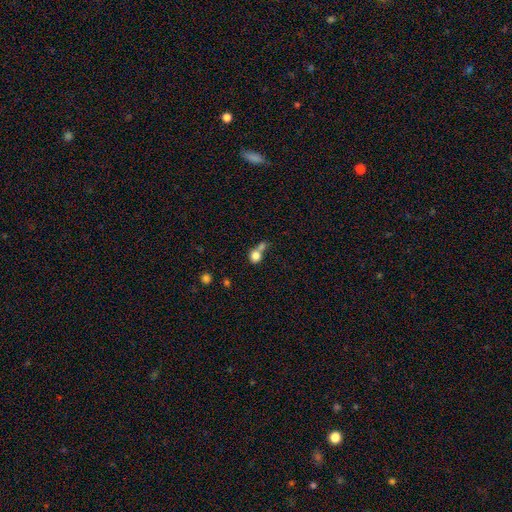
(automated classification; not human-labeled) This appears to be a smooth galaxy with no disk features (80%) that is round (78%). Merging: merger (53%).